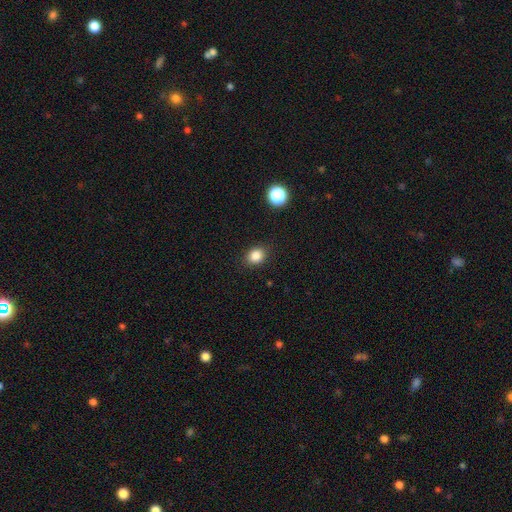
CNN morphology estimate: A smooth galaxy with no disk features (84%) that is round (51%).

Vote fractions:
- Smooth or featured? smooth: 84% / star or artifact: 11% / featured or disk: 4%
- How rounded? round: 51% / in between: 48% / cigar-shaped: 1%
- Merging? none: 86% / minor disturbance: 10% / major disturbance: 3% / merger: 1%